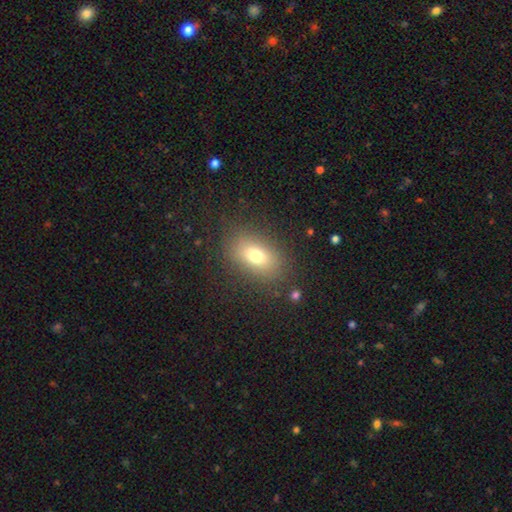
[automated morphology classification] The model was most divided on "smooth or featured": smooth: 74%, featured or disk: 14%, star or artifact: 12%. More confident: merging — none (83%); how rounded — in between (83%).